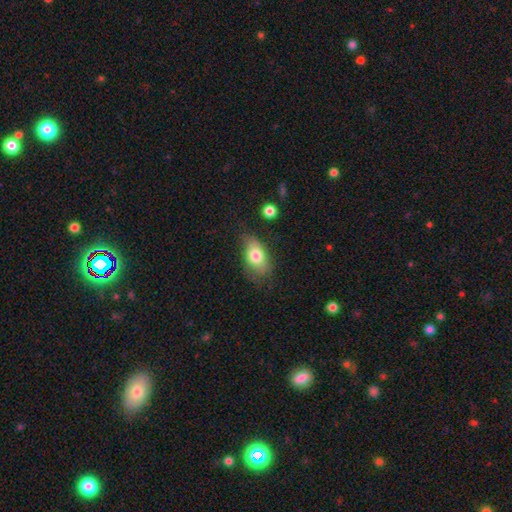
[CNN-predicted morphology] This appears to be a smooth galaxy with no disk features (74%) that is in between round and cigar-shaped (88%). Merging: none (55%).